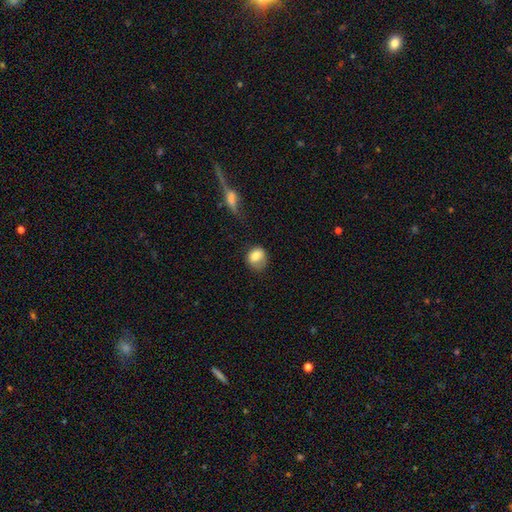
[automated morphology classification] Smooth or featured?
  - smooth: 78% *
  - featured or disk: 14%
  - star or artifact: 8%
How rounded?
  - round: 64% *
  - in between: 34%
  - cigar-shaped: 1%
Merging?
  - none: 51% *
  - minor disturbance: 31%
  - major disturbance: 14%
  - merger: 4%